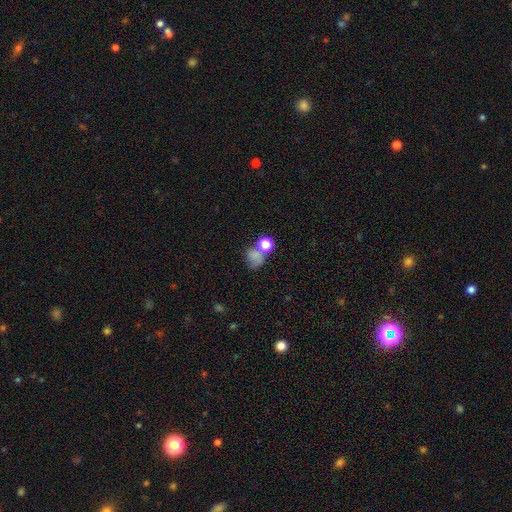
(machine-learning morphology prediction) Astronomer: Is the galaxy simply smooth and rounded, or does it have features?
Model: smooth — 68%.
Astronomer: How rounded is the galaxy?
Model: round — 60% (runner-up: in between, 39%).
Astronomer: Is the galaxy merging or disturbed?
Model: merger — 36% (runner-up: none, 35%).